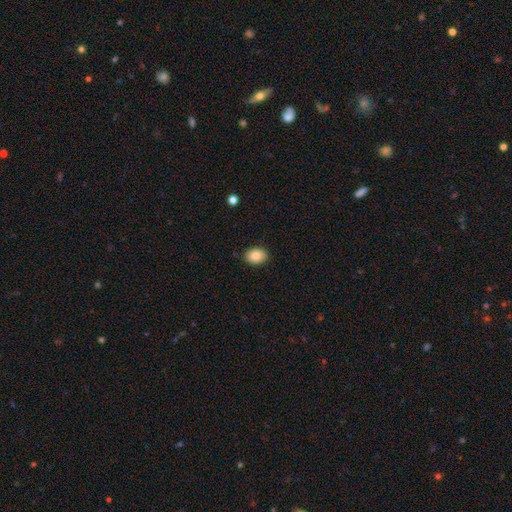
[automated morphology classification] This is clearly a smooth galaxy (86%). How rounded: likely in between (70%). Merging: clearly none (89%).